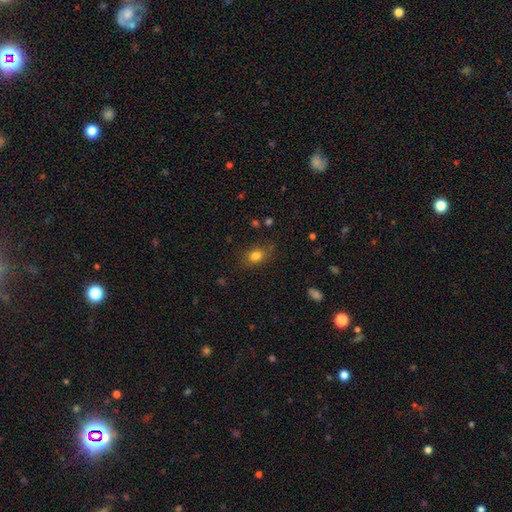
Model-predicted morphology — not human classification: smooth-or-featured: smooth: 81% | star or artifact: 11% | featured or disk: 8%
  how-rounded: in between: 63% | round: 36% | cigar-shaped: 2%
  merging: none: 78% | minor disturbance: 15% | major disturbance: 4% | merger: 2%